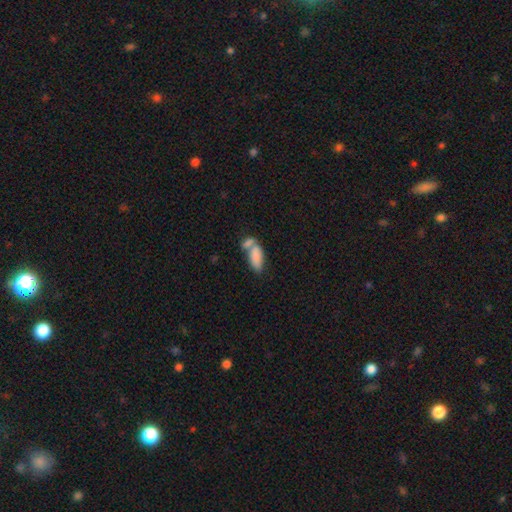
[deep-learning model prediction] Overall: smooth (82%). How rounded: in between (85%). Merging: merger (52%; none 32%).